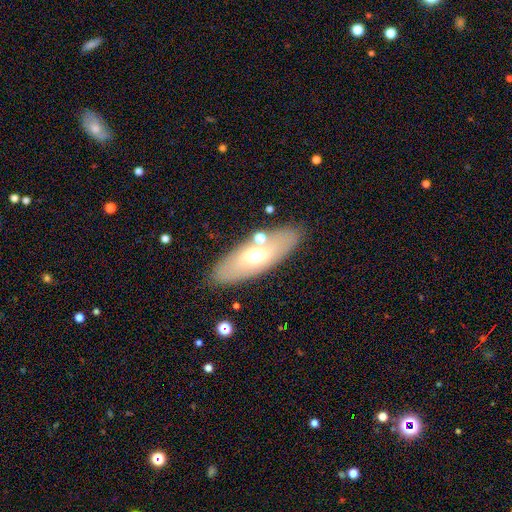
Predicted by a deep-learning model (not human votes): smooth-or-featured: smooth: 50% | featured or disk: 43% | star or artifact: 7%
  merging: none: 79% | minor disturbance: 11% | merger: 6% | major disturbance: 4%